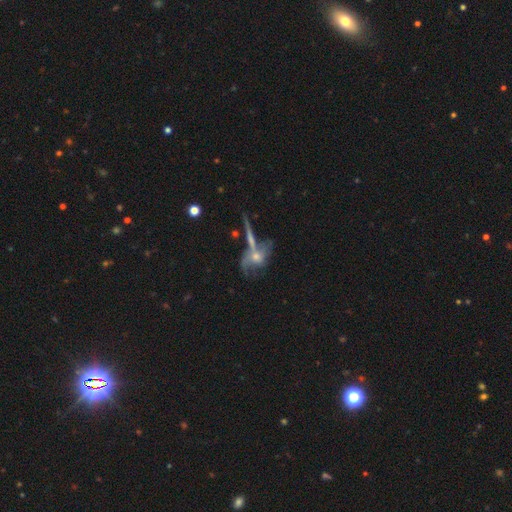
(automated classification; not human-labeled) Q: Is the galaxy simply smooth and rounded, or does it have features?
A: featured or disk — 58%.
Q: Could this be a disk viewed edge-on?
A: no — 82%.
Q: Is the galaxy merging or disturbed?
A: none — 34%.